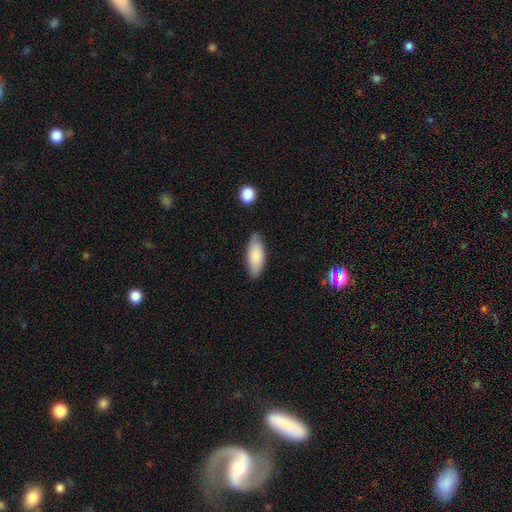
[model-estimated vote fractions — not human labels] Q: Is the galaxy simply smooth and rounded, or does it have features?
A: smooth — 82%.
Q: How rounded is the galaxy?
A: in between — 77%.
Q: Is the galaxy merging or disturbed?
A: none — 76%.